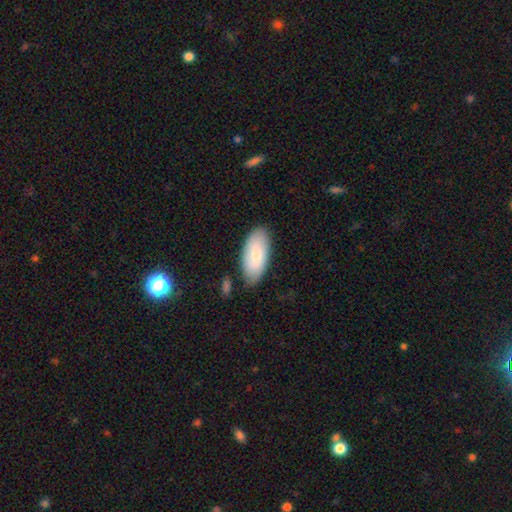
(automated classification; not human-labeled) This is likely a smooth galaxy (67%). How rounded: clearly in between (92%). Merging: likely none (78%).